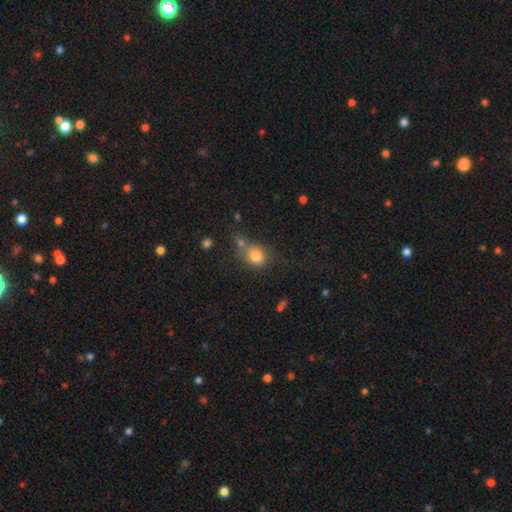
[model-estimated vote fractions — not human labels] Smooth or featured? smooth (80%)
How rounded? round (69%)
Merging? none (53%)